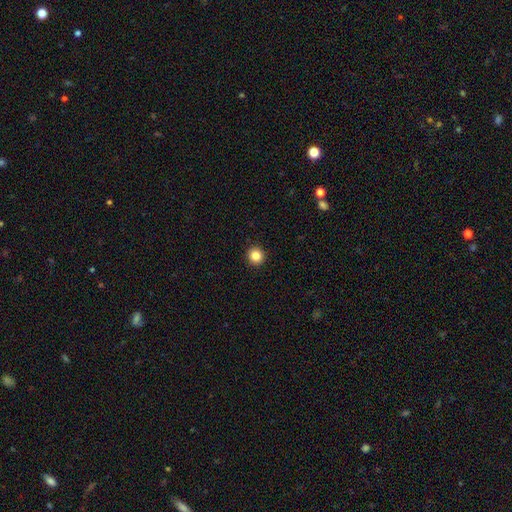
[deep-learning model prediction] The model was most divided on "smooth or featured": smooth: 85%, star or artifact: 11%, featured or disk: 4%. More confident: how rounded — round (94%); merging — none (94%).